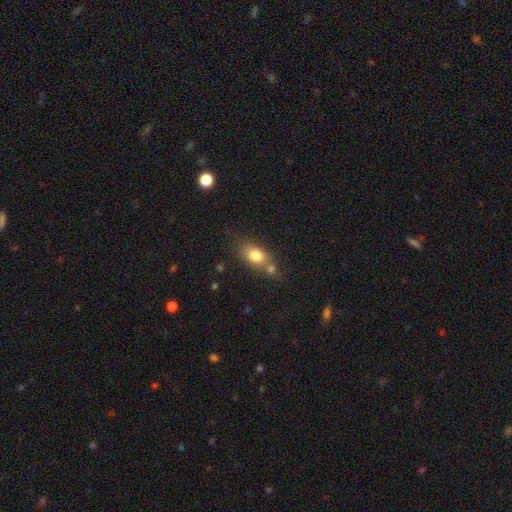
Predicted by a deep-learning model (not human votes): smooth 79%, featured or disk 12%, star or artifact 9%. Down the decision tree: how rounded — in between (76%); merging — none (50%).